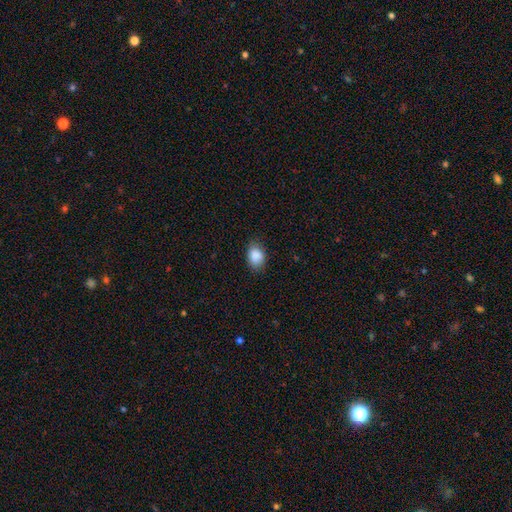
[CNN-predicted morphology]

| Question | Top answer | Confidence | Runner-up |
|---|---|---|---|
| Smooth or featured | smooth | 88% | star or artifact (8%) |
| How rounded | in between | 75% | round (24%) |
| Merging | none | 79% | minor disturbance (16%) |